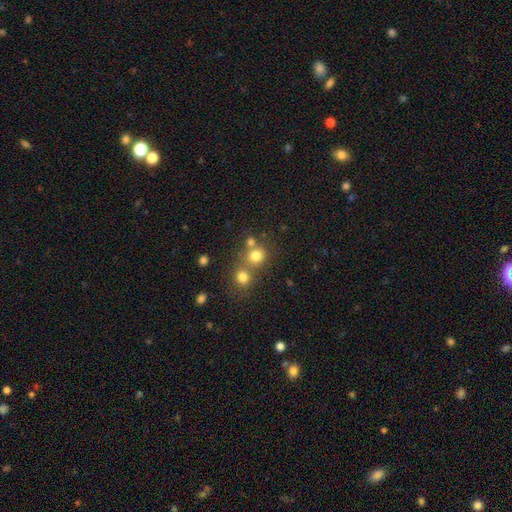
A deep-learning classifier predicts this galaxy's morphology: smooth_or_featured: smooth (p=0.77) [alt: star or artifact p=0.15]
how_rounded: round (p=0.85) [alt: in between p=0.14]
merging: none (p=0.53) [alt: merger p=0.37]